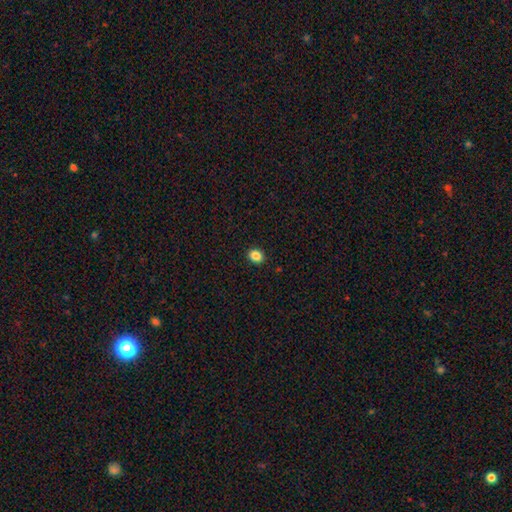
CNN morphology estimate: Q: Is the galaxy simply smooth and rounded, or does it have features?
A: smooth — 86%.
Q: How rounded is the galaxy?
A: round — 50%.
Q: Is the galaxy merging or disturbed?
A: none — 91%.